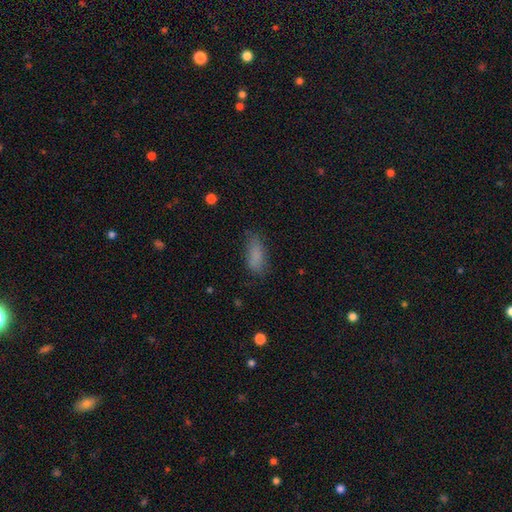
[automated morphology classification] Smooth or featured: smooth — 83% (star or artifact — 9%)
How rounded: in between — 79% (cigar-shaped — 18%)
Merging: none — 72% (minor disturbance — 20%)